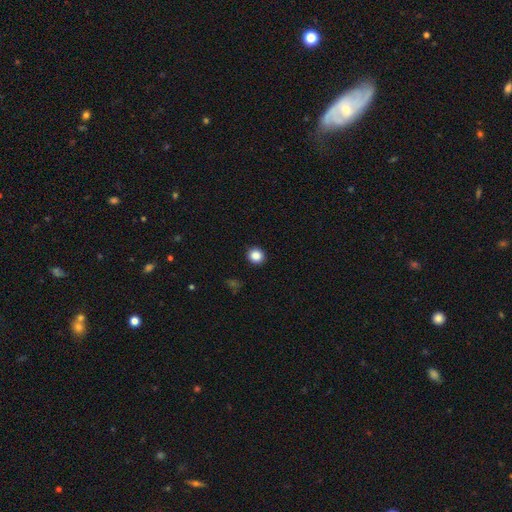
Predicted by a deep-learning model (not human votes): smooth_or_featured: smooth (p=0.87) [alt: star or artifact p=0.10]
how_rounded: round (p=0.91) [alt: in between p=0.08]
merging: none (p=0.92) [alt: minor disturbance p=0.05]